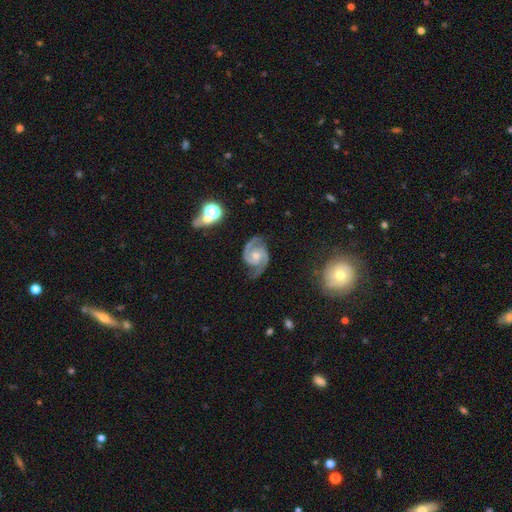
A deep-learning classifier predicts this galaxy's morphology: A featured or disk galaxy (92%) with no bar (62%), 2 (93%) medium (52%) spiral arms (99%) and a moderate central bulge (52%).

Vote fractions:
- Smooth or featured? featured or disk: 92% / star or artifact: 5% / smooth: 4%
- Edge-on disk? no: 98% / yes: 2%
- Bar? no: 62% / weak: 30% / strong: 7%
- Spiral arms? yes: 99% / no: 1%
- Spiral winding? medium: 52% / tight: 39% / loose: 8%
- Spiral arm count? 2: 93% / can't tell: 2% / 3: 2% / 1: 1% / 4: 1% / more than 4: 1%
- Bulge size? moderate: 52% / small: 34% / none: 8% / large: 5% / dominant: 1%
- Merging? none: 77% / minor disturbance: 16% / major disturbance: 5% / merger: 2%